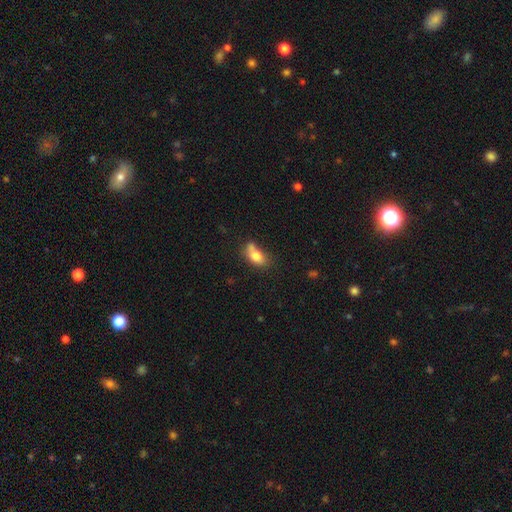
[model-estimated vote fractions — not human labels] This is likely a smooth galaxy (75%). How rounded: clearly in between (81%). Merging: marginally none (38%).